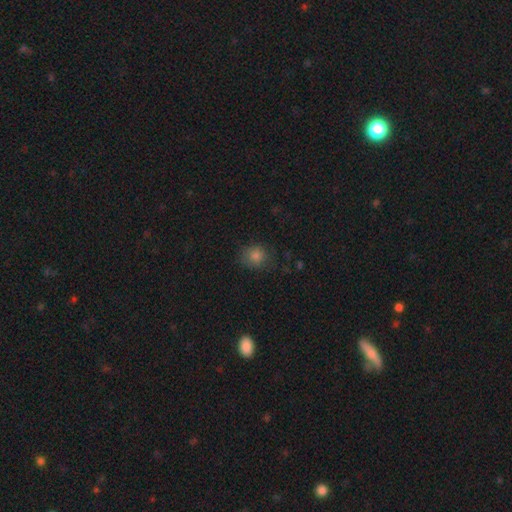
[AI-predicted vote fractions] This is likely a smooth galaxy (79%). How rounded: likely round (77%). Merging: likely none (78%).